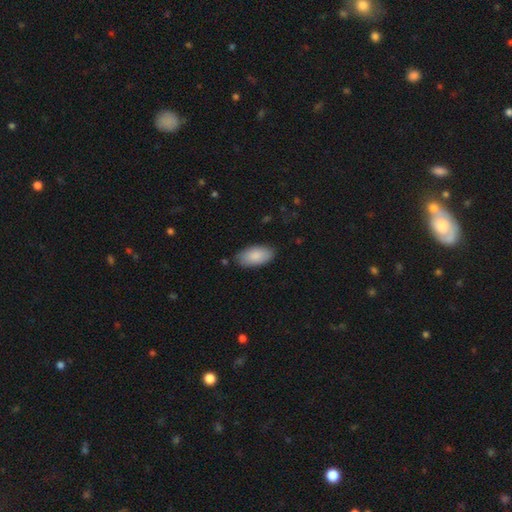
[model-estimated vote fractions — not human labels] Morphology: type=smooth (88%); roundness=in between (94%); merging=none (83%).